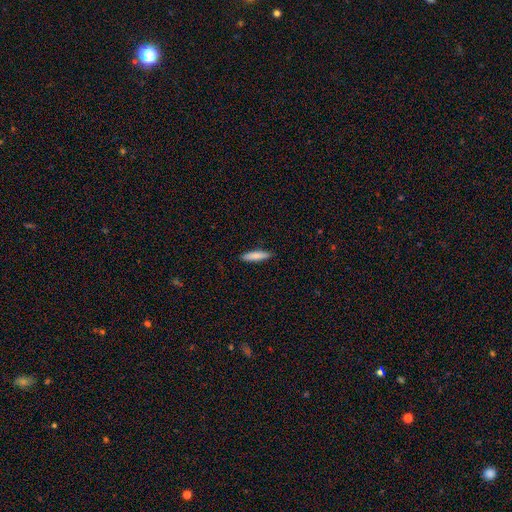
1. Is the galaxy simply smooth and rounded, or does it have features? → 90% smooth, 10% featured or disk, 0% star or artifact.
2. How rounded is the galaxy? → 72% cigar-shaped, 28% in between, 0% round.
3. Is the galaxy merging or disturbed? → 92% none, 5% minor disturbance, 2% major disturbance, 0% merger.